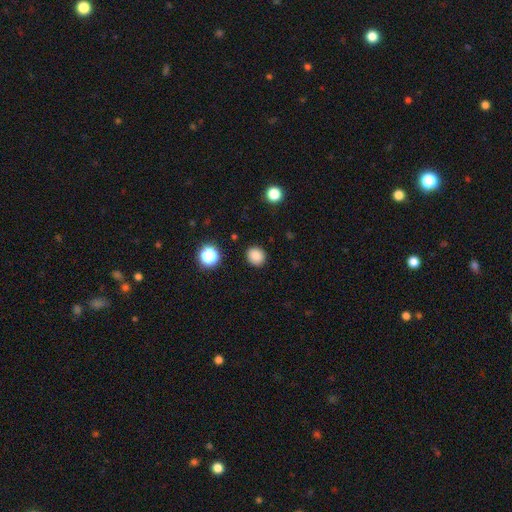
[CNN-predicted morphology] Smooth or featured? Predicted: smooth (p=0.85). How rounded? Predicted: round (p=0.83). Merging? Predicted: none (p=0.89).